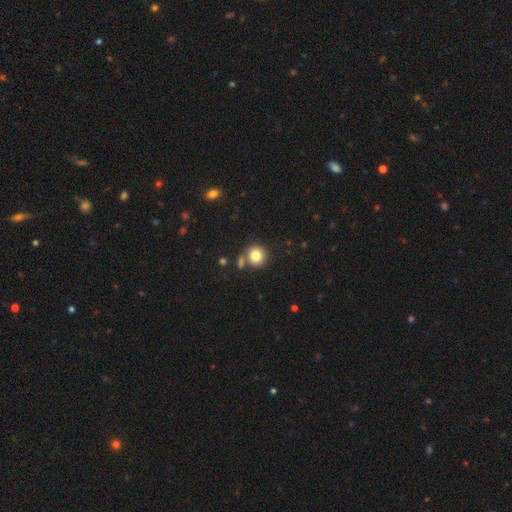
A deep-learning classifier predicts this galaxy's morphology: Smooth or featured: smooth — 82% (star or artifact — 11%)
How rounded: round — 91% (in between — 8%)
Merging: none — 73% (merger — 14%)